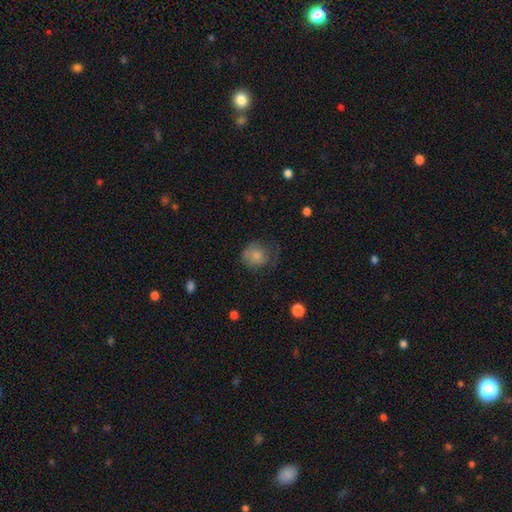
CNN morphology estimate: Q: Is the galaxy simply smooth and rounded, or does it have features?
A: smooth — 72%.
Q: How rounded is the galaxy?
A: round — 79%.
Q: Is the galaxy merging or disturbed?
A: none — 45%.